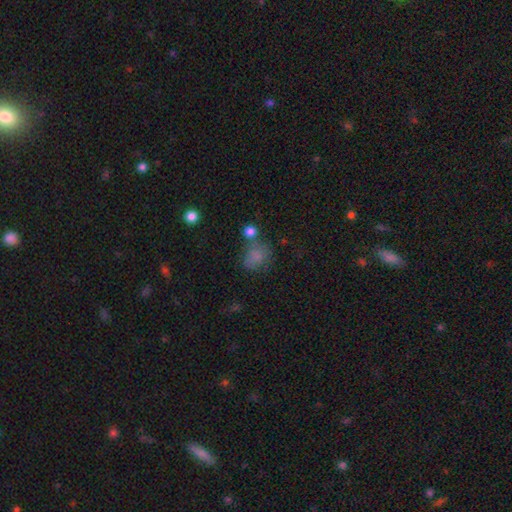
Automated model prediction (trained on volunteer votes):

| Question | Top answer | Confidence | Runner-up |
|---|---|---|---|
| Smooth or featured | smooth | 75% | star or artifact (15%) |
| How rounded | round | 58% | in between (41%) |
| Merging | none | 49% | minor disturbance (22%) |